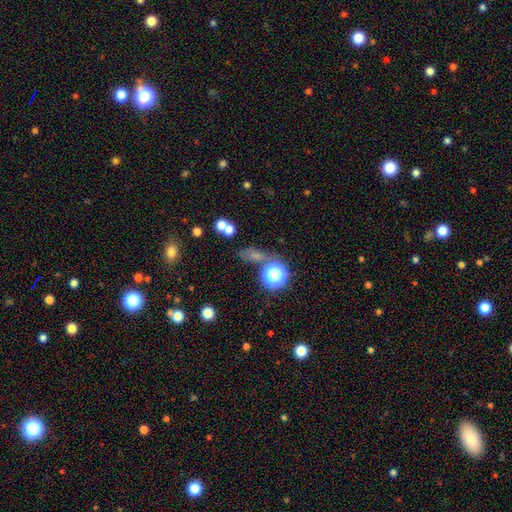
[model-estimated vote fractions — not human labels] Smooth or featured? Predicted: smooth (p=0.47). Merging? Predicted: none (p=0.60).